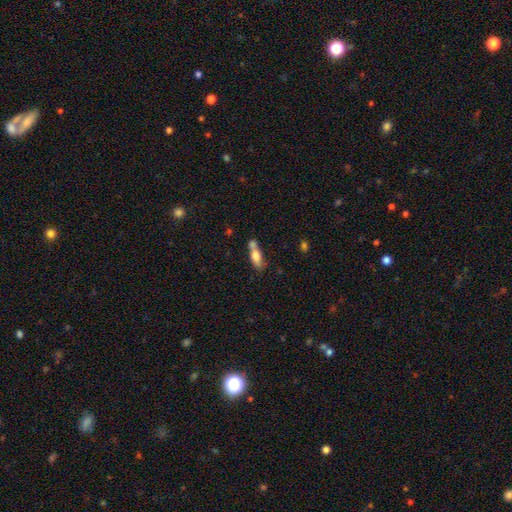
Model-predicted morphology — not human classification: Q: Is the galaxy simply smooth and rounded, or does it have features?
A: smooth — 69%.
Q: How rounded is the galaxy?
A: in between — 61%.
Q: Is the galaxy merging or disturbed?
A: merger — 40%.